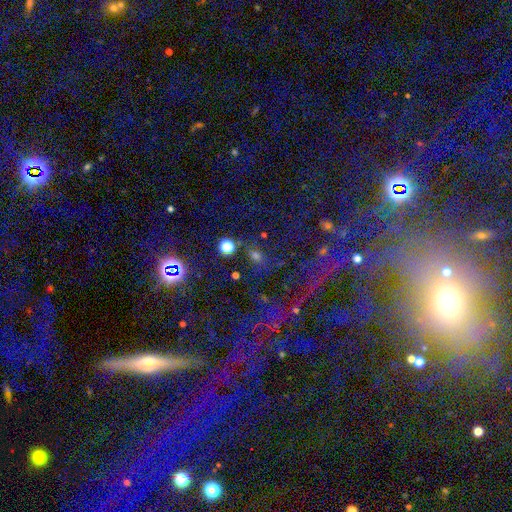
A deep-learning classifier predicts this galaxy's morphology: Q: Smooth or featured?
A: star or artifact (46%); runner-up: smooth (44%)